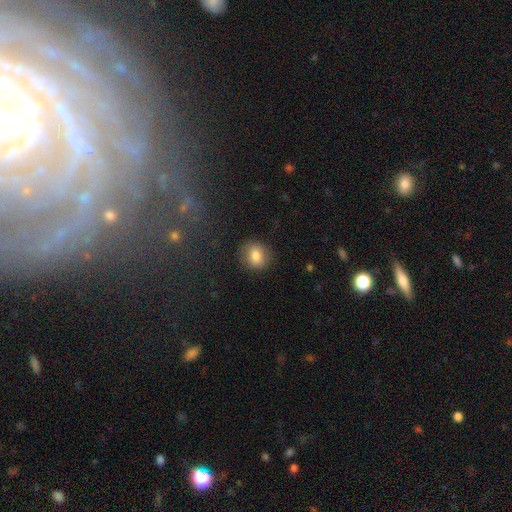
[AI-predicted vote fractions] A smooth galaxy with no disk features (81%) that is round (64%). Merging: none (85%).